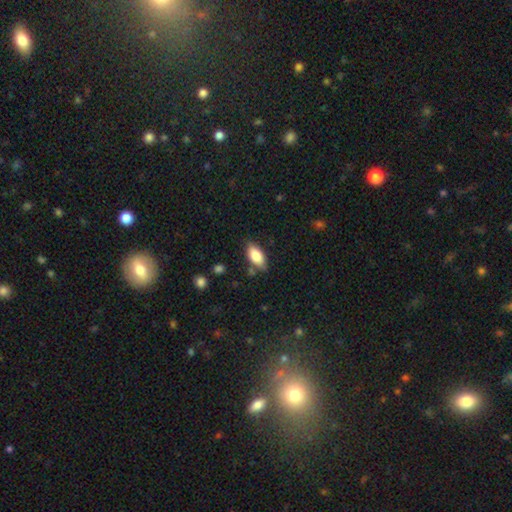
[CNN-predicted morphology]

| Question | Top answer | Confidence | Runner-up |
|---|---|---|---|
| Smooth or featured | smooth | 82% | featured or disk (12%) |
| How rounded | in between | 89% | cigar-shaped (8%) |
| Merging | none | 78% | minor disturbance (16%) |